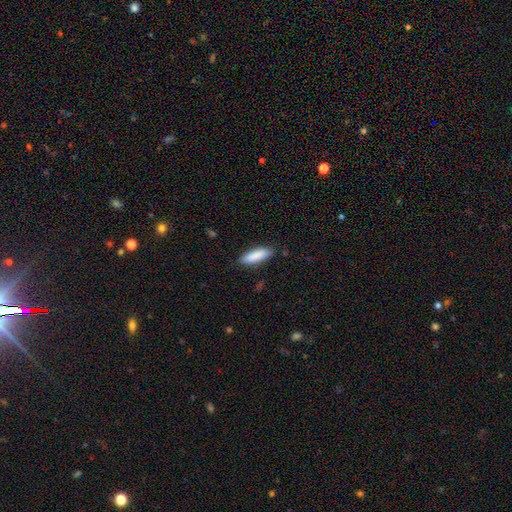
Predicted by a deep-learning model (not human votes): Smooth or featured?
  - smooth: 87% *
  - featured or disk: 7%
  - star or artifact: 6%
How rounded?
  - in between: 50% *
  - cigar-shaped: 49%
  - round: 2%
Merging?
  - none: 85% *
  - minor disturbance: 11%
  - major disturbance: 2%
  - merger: 1%